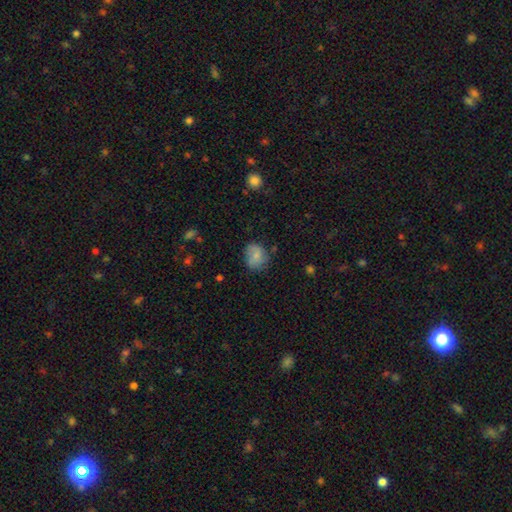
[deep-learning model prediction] The model was most divided on "how rounded": round: 62%, in between: 37%, cigar-shaped: 1%. More confident: smooth or featured — smooth (73%); merging — none (65%).